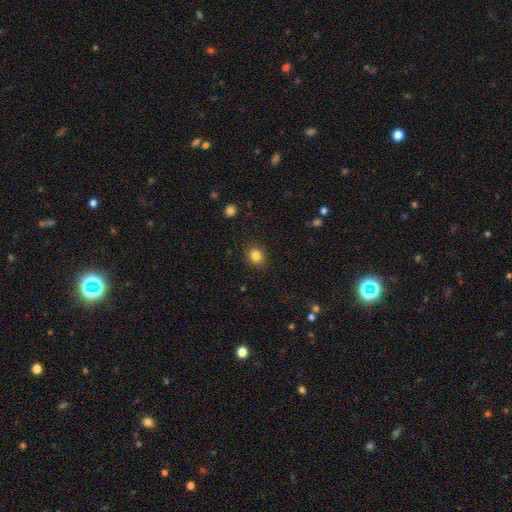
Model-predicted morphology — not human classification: type=smooth (83%); roundness=round (73%); merging=none (89%).